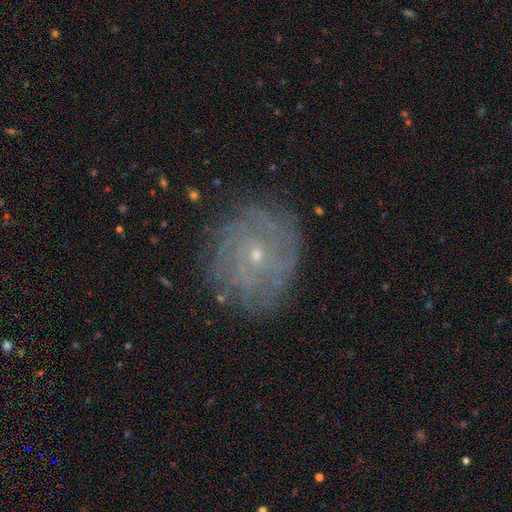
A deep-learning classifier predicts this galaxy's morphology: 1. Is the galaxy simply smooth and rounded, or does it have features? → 77% featured or disk, 13% smooth, 10% star or artifact.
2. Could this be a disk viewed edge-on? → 97% no, 3% yes.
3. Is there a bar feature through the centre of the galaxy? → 75% no, 21% weak, 4% strong.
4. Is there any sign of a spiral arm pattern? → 91% yes, 9% no.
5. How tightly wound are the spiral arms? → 71% tight, 22% medium, 6% loose.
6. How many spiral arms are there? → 44% can't tell, 13% 4, 13% 2, 12% 3, 11% more than 4, 7% 1.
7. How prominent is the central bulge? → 81% small, 16% moderate, 1% none, 1% large, 1% dominant.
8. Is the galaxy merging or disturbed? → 81% none, 13% minor disturbance, 5% major disturbance, 1% merger.